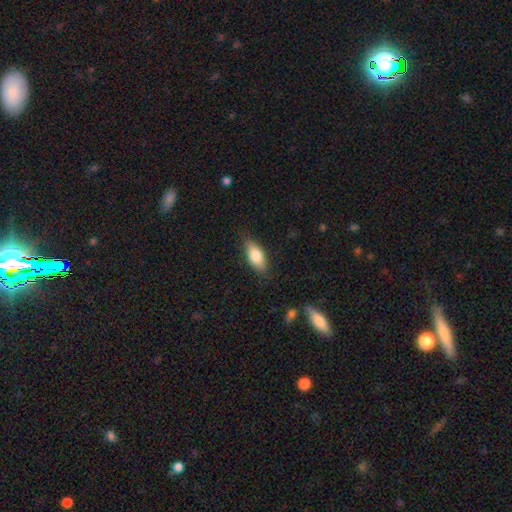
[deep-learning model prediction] The model was most divided on "smooth or featured": smooth: 79%, featured or disk: 15%, star or artifact: 6%. More confident: how rounded — in between (83%); merging — none (82%).